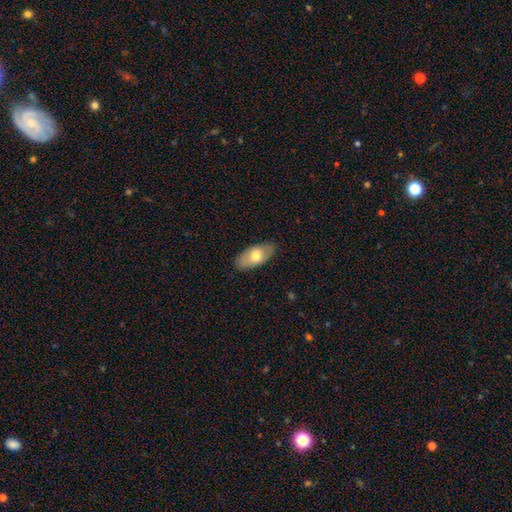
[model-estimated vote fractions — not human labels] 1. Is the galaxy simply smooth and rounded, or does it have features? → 69% smooth, 26% featured or disk, 6% star or artifact.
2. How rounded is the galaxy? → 92% in between, 5% cigar-shaped, 3% round.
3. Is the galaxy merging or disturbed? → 86% none, 11% minor disturbance, 2% major disturbance, 1% merger.